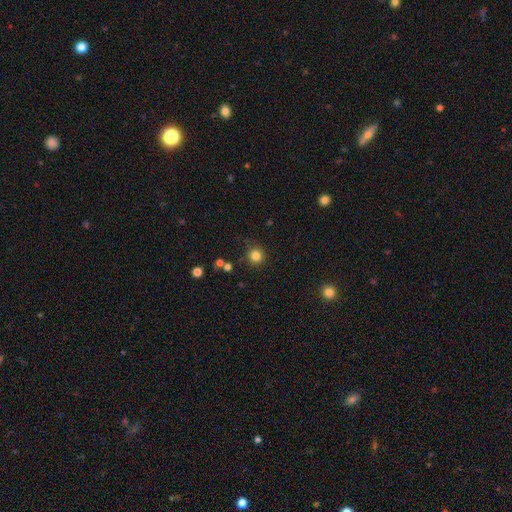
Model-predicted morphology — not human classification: type=smooth (82%); roundness=round (94%); merging=none (85%).